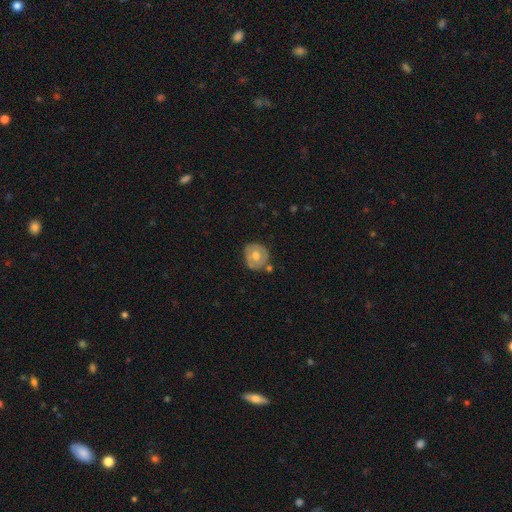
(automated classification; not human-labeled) Smooth or featured: smooth — 52% (featured or disk — 41%)
How rounded: round — 82% (in between — 17%)
Merging: none — 70% (minor disturbance — 17%)